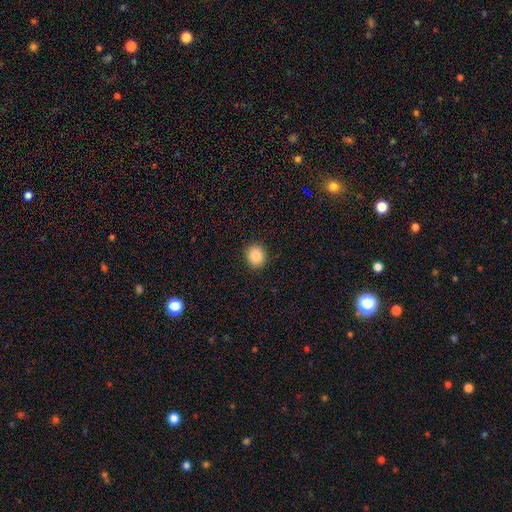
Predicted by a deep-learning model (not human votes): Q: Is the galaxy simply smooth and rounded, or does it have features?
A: smooth — 85%.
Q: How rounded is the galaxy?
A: round — 81%.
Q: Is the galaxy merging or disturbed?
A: none — 92%.